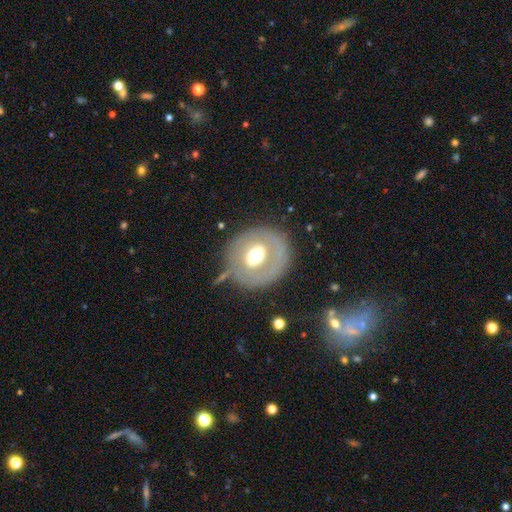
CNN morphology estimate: smooth_or_featured: featured or disk (p=0.52) [alt: smooth p=0.40]
disk_edge_on: no (p=0.94) [alt: yes p=0.06]
merging: none (p=0.64) [alt: minor disturbance p=0.18]